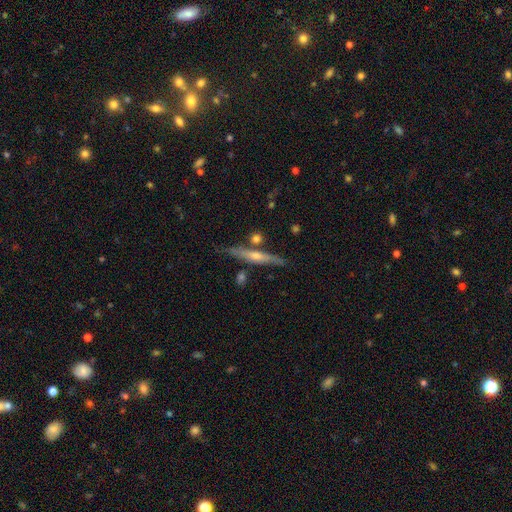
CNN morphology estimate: featured or disk 65%, smooth 29%, star or artifact 6%. Down the decision tree: edge-on disk — yes (95%); edge-on bulge — rounded (73%); merging — none (79%).